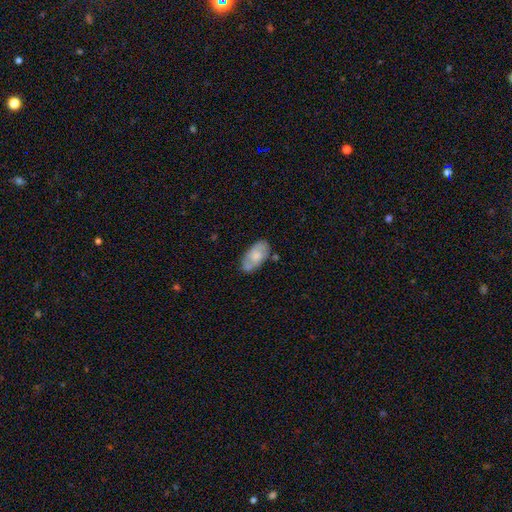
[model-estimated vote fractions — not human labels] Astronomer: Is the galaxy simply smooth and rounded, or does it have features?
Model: smooth — 63%.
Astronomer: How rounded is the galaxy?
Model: in between — 93%.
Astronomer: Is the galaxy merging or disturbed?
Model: none — 59%.